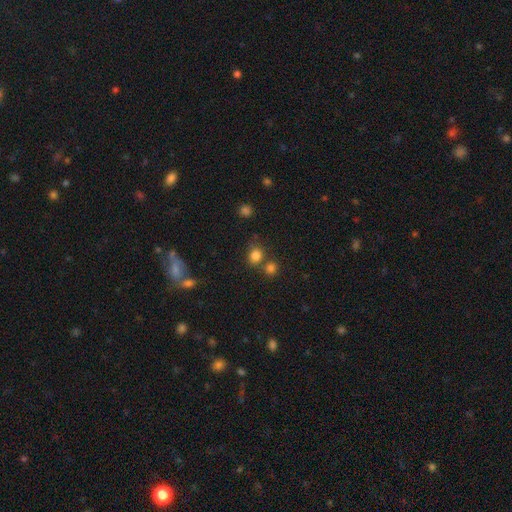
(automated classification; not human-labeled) smooth_or_featured: smooth (p=0.80) [alt: star or artifact p=0.14]
how_rounded: round (p=0.67) [alt: in between p=0.32]
merging: none (p=0.61) [alt: merger p=0.23]